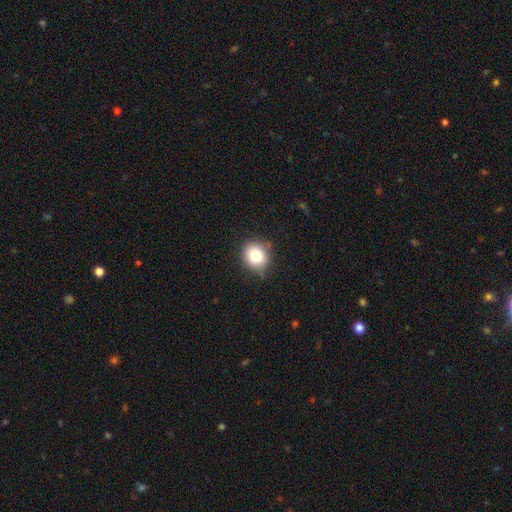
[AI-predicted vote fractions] Smooth or featured?
  - smooth: 83% *
  - star or artifact: 10%
  - featured or disk: 7%
How rounded?
  - round: 76% *
  - in between: 23%
  - cigar-shaped: 1%
Merging?
  - none: 81% *
  - minor disturbance: 14%
  - major disturbance: 3%
  - merger: 2%